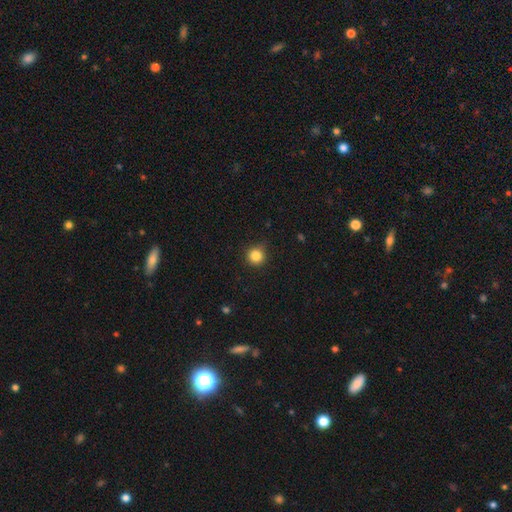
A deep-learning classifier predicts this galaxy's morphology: Smooth or featured? Predicted: smooth (p=0.85). How rounded? Predicted: round (p=0.94). Merging? Predicted: none (p=0.84).